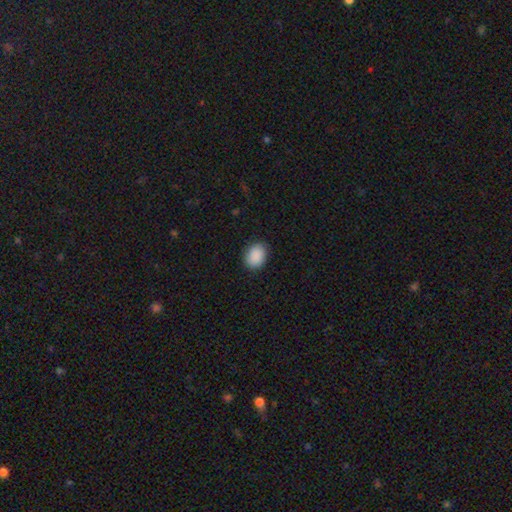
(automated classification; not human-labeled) Morphology: type=smooth (90%); roundness=in between (64%); merging=none (85%).